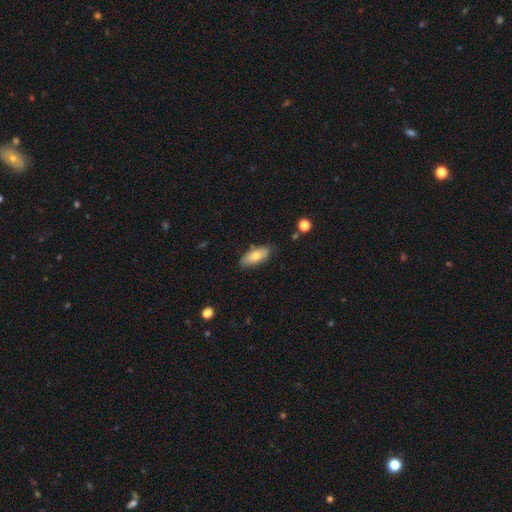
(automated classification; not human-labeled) Smooth or featured: smooth — 76% (featured or disk — 17%)
How rounded: in between — 86% (cigar-shaped — 11%)
Merging: none — 76% (minor disturbance — 19%)